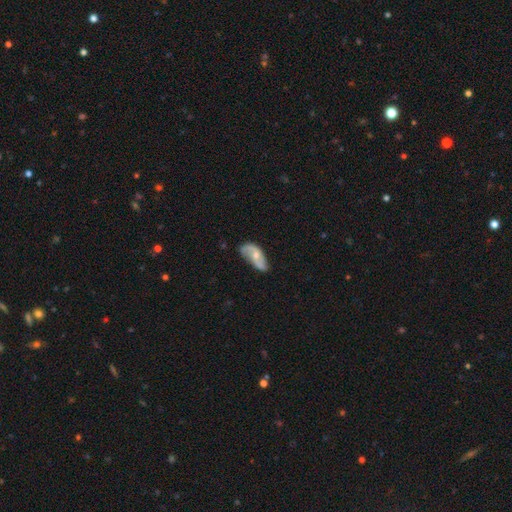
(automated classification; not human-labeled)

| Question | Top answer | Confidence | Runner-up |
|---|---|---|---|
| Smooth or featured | featured or disk | 64% | smooth (30%) |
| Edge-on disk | no | 93% | yes (7%) |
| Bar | no | 60% | weak (32%) |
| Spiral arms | yes | 86% | no (14%) |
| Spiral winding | loose | 56% | medium (32%) |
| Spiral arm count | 2 | 83% | can't tell (9%) |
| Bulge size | moderate | 46% | tied: small (46%) |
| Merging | none | 56% | minor disturbance (30%) |